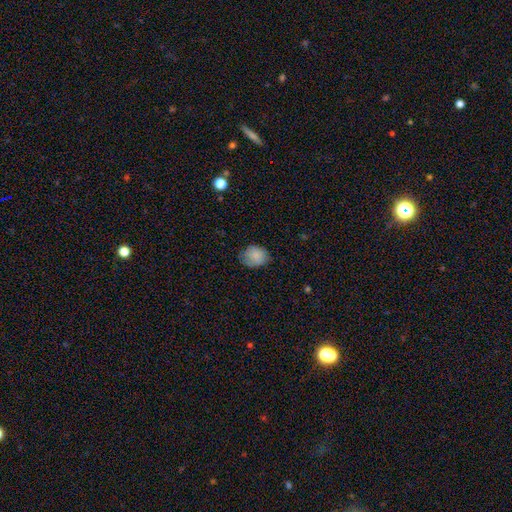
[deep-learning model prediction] Smooth or featured? smooth (82%)
How rounded? round (54%)
Merging? none (65%)